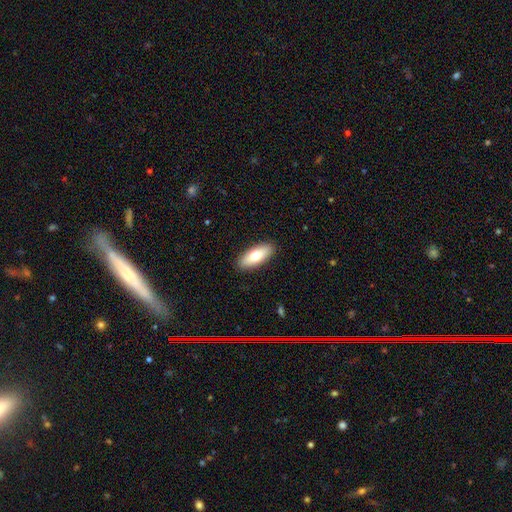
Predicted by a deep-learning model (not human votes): This is likely a smooth galaxy (73%). How rounded: likely in between (78%). Merging: clearly none (90%).